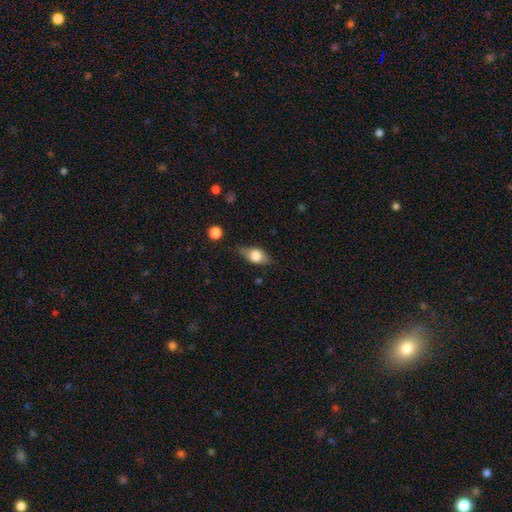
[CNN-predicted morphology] type=smooth (66%); roundness=in between (78%); merging=none (71%).